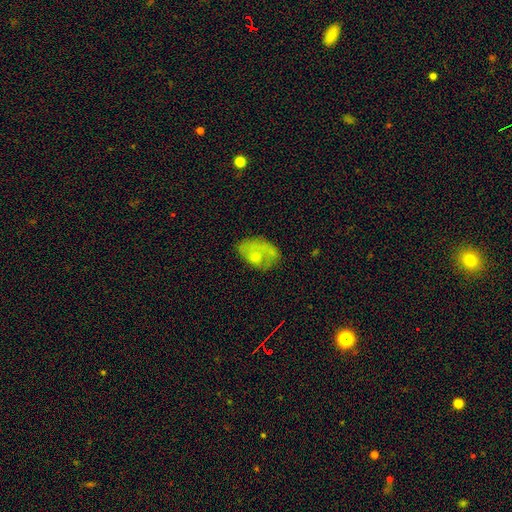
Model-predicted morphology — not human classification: This appears to be a smooth galaxy with no disk features (47%). Merging: none (42%).